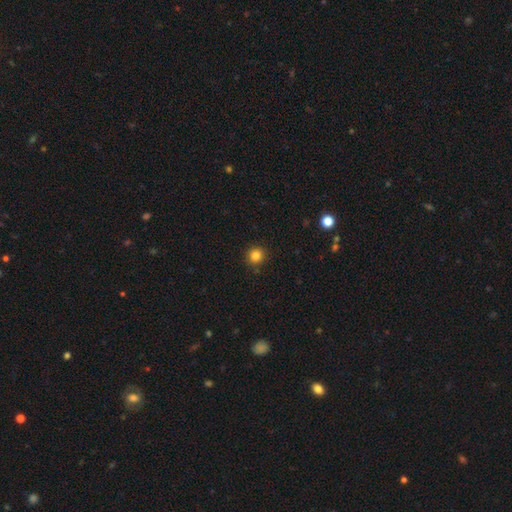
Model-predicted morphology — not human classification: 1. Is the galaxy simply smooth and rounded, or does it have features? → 83% smooth, 12% star or artifact, 4% featured or disk.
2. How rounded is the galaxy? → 92% round, 7% in between, 1% cigar-shaped.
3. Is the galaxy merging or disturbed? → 91% none, 6% minor disturbance, 2% major disturbance, 1% merger.